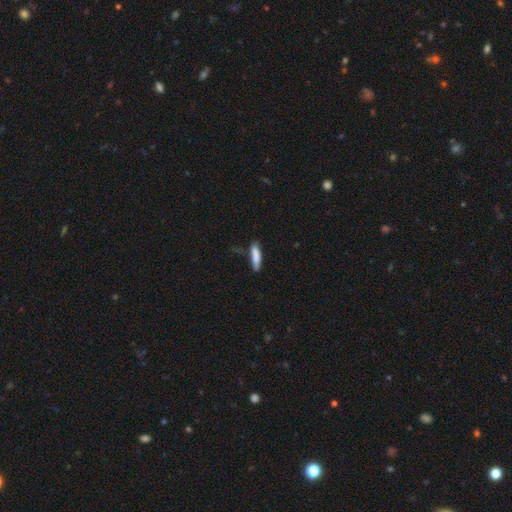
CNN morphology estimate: A smooth galaxy with no disk features (79%) that is cigar-shaped (74%).

Vote fractions:
- Smooth or featured? smooth: 79% / featured or disk: 14% / star or artifact: 7%
- How rounded? cigar-shaped: 74% / in between: 24% / round: 2%
- Merging? none: 60% / minor disturbance: 26% / major disturbance: 8% / merger: 7%